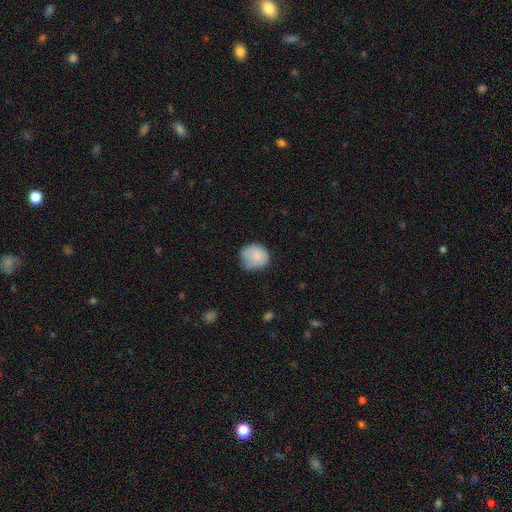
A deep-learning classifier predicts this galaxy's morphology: Q: Smooth or featured?
A: smooth (77%); runner-up: featured or disk (16%)
Q: How rounded?
A: round (77%); runner-up: in between (22%)
Q: Merging?
A: none (52%); runner-up: minor disturbance (36%)